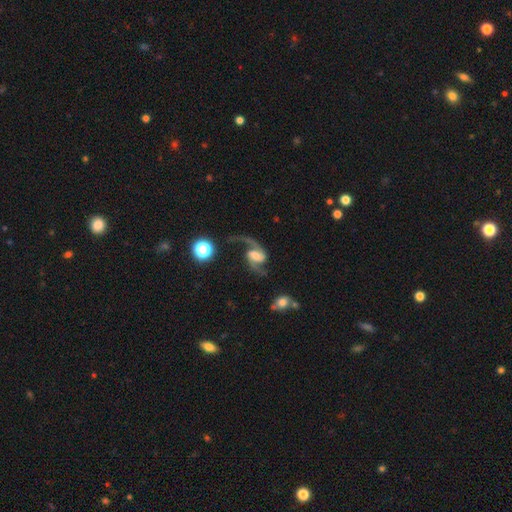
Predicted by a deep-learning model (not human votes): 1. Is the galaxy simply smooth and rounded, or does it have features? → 89% featured or disk, 6% smooth, 6% star or artifact.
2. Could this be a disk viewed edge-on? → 98% no, 2% yes.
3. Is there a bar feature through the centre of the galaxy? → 48% weak, 28% no, 25% strong.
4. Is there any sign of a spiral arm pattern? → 97% yes, 3% no.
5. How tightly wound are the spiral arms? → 63% loose, 32% medium, 5% tight.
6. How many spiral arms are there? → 90% 2, 5% 1, 1% can't tell, 1% 3, 1% 4, 1% more than 4.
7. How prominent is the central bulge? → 37% moderate, 22% large, 22% small, 16% none, 3% dominant.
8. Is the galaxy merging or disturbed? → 64% none, 17% major disturbance, 15% minor disturbance, 4% merger.